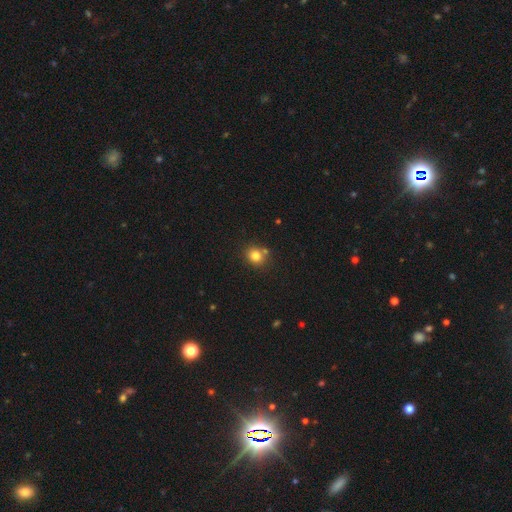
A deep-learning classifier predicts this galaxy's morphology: smooth_or_featured: smooth (p=0.81) [alt: star or artifact p=0.12]
how_rounded: round (p=0.75) [alt: in between p=0.24]
merging: none (p=0.71) [alt: merger p=0.15]